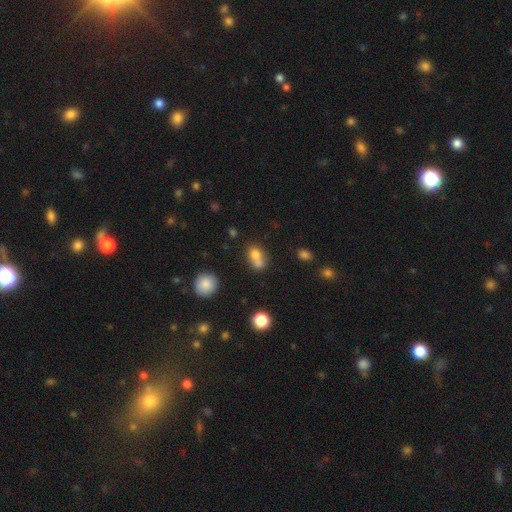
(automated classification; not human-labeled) This appears to be a smooth galaxy with no disk features (74%) that is in between round and cigar-shaped (53%). Merging: merger (58%).